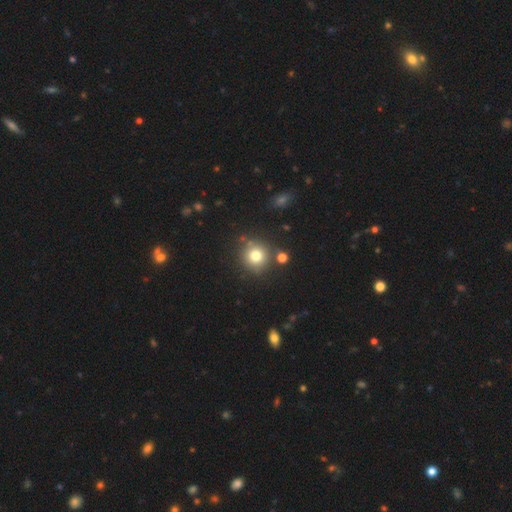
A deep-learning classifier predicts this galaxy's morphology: smooth 77%, star or artifact 13%, featured or disk 10%. Down the decision tree: how rounded — round (92%); merging — none (79%).